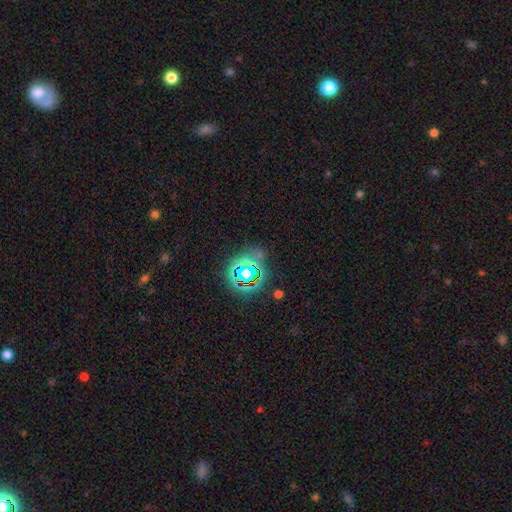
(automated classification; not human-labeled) A star or artifact, not a galaxy (67%).